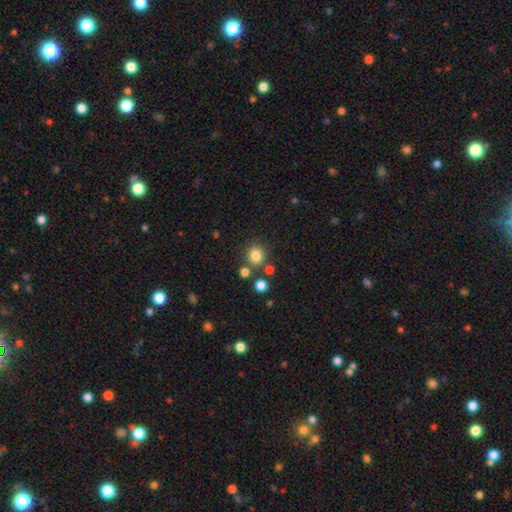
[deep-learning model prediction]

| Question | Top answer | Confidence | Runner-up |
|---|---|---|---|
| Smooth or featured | smooth | 80% | star or artifact (14%) |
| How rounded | round | 87% | in between (12%) |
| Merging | none | 78% | merger (10%) |